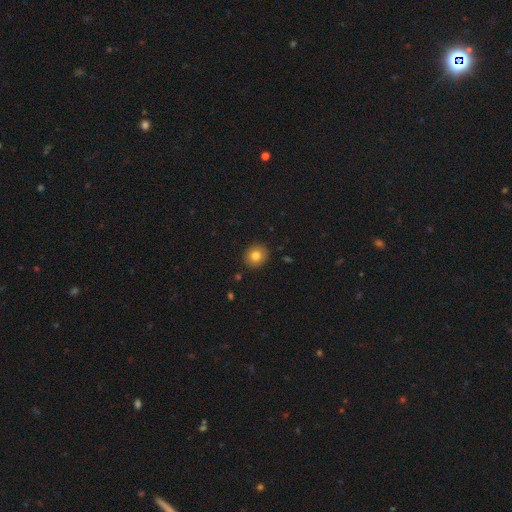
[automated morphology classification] Smooth or featured?
  - smooth: 80% *
  - featured or disk: 10%
  - star or artifact: 10%
How rounded?
  - round: 79% *
  - in between: 20%
  - cigar-shaped: 1%
Merging?
  - none: 90% *
  - minor disturbance: 7%
  - major disturbance: 2%
  - merger: 1%